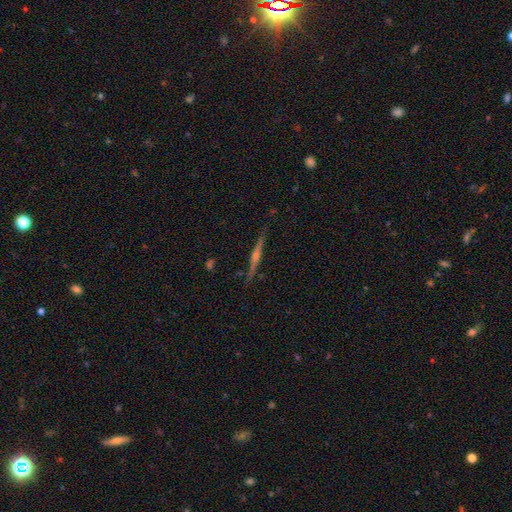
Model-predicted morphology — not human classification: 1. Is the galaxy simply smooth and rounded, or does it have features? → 79% featured or disk, 14% smooth, 7% star or artifact.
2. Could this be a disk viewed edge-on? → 98% yes, 2% no.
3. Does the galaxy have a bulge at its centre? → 72% rounded, 15% none, 13% boxy.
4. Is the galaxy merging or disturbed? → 89% none, 8% minor disturbance, 2% major disturbance, 1% merger.